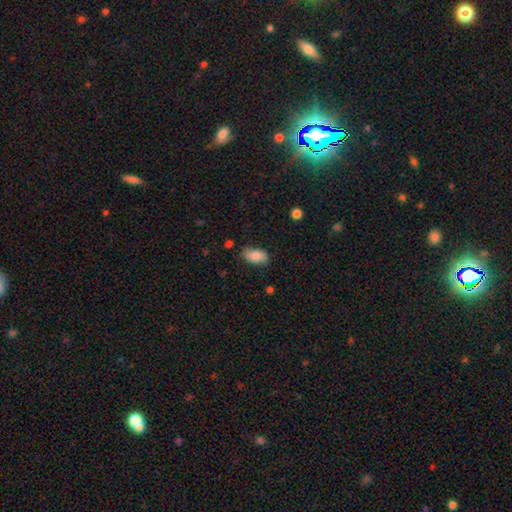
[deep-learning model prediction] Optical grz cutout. It shows a smooth galaxy with no disk features (82%) that is in between round and cigar-shaped (93%). Merging: none (76%).